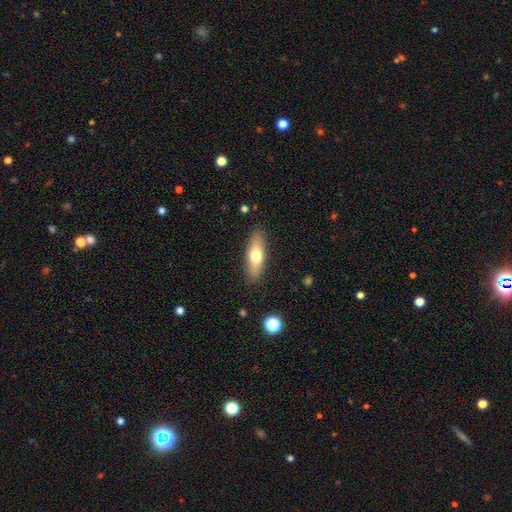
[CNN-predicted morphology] This is likely a smooth galaxy (65%). How rounded: possibly cigar-shaped (49%). Merging: clearly none (87%).